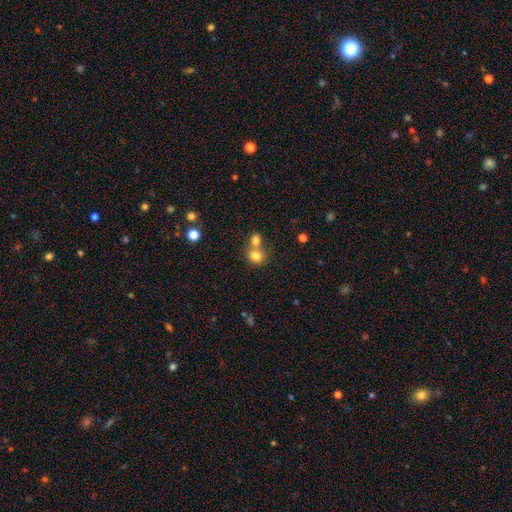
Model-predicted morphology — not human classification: The model was most divided on "merging": merger: 53%, none: 38%, minor disturbance: 7%, major disturbance: 3%. More confident: smooth or featured — smooth (79%); how rounded — round (69%).